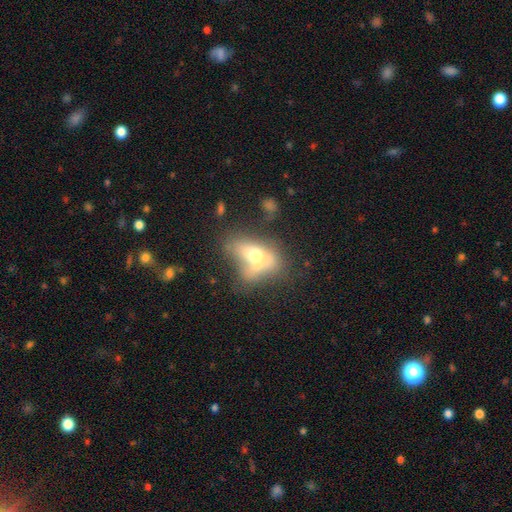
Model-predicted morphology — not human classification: smooth-or-featured: smooth: 54% | featured or disk: 36% | star or artifact: 10%
  how-rounded: in between: 76% | round: 18% | cigar-shaped: 7%
  merging: merger: 44% | none: 24% | major disturbance: 17% | minor disturbance: 15%